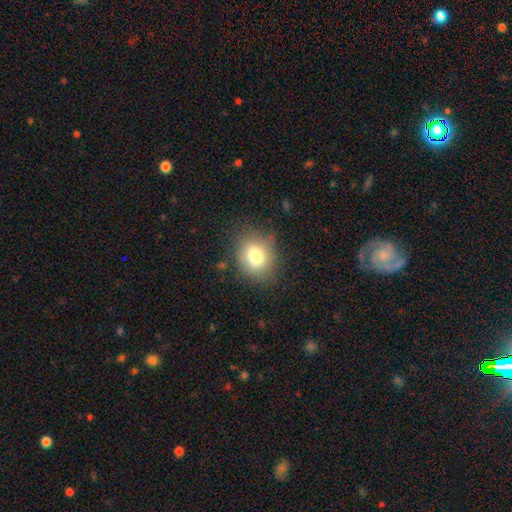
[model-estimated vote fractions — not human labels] Overall: smooth (78%). How rounded: round (67%; in between 32%). Merging: none (77%).